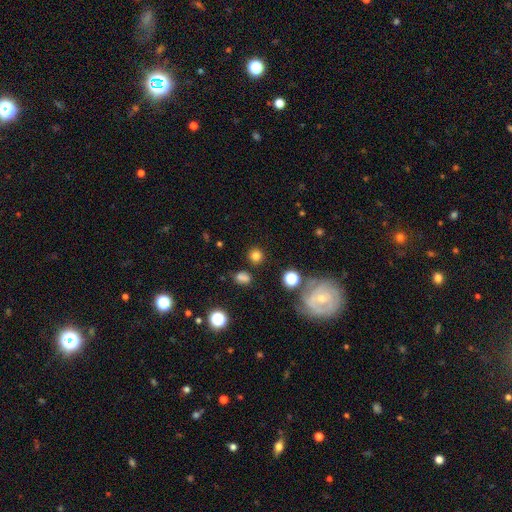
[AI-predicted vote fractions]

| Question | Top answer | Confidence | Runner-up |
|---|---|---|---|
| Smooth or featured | smooth | 74% | star or artifact (17%) |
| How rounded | round | 87% | in between (12%) |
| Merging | none | 83% | minor disturbance (9%) |